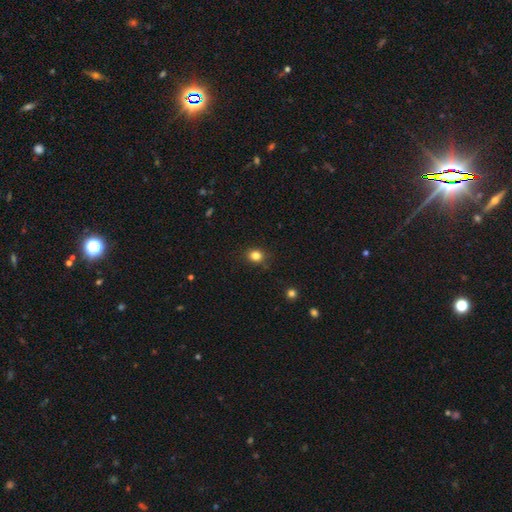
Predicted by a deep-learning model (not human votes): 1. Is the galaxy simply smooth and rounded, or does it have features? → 83% smooth, 13% star or artifact, 4% featured or disk.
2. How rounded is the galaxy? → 73% round, 26% in between, 1% cigar-shaped.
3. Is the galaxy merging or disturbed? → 85% none, 11% minor disturbance, 3% major disturbance, 1% merger.